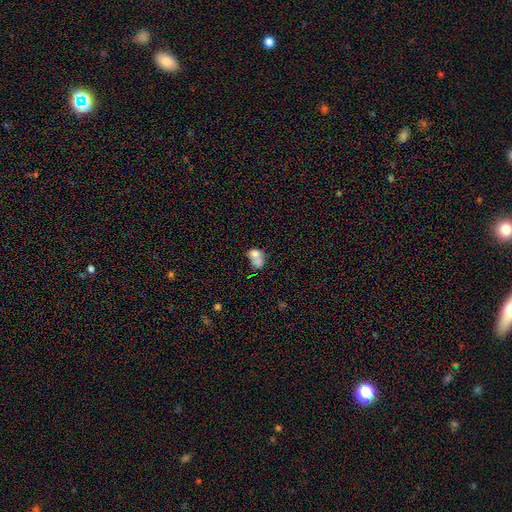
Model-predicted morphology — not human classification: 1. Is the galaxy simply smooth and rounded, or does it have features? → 66% smooth, 23% featured or disk, 11% star or artifact.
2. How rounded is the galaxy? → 56% in between, 42% round, 1% cigar-shaped.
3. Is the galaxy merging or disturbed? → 57% merger, 21% none, 12% minor disturbance, 11% major disturbance.